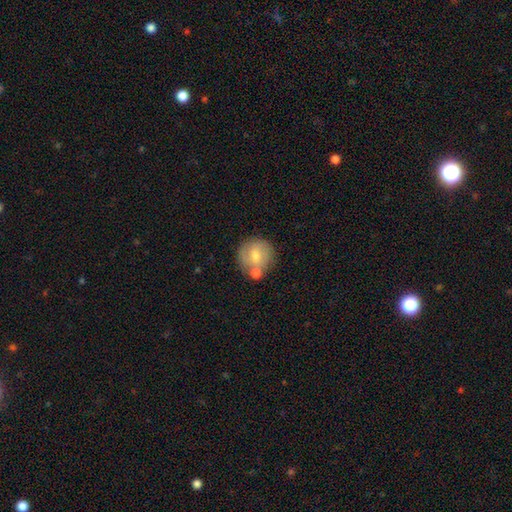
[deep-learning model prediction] smooth 67%, featured or disk 25%, star or artifact 7%. Down the decision tree: how rounded — round (91%); merging — none (62%).